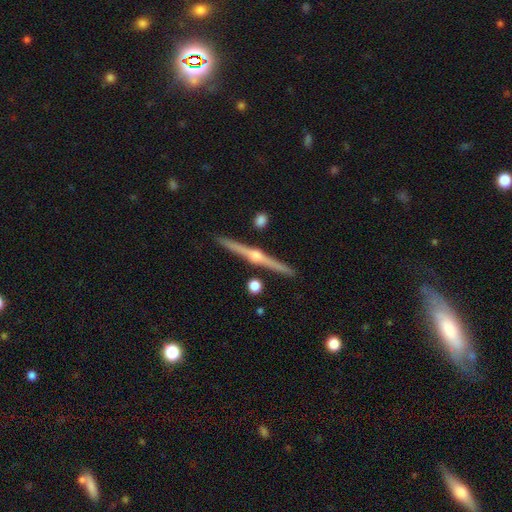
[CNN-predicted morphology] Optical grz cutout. It shows a featured or disk galaxy (86%) viewed edge-on (99%) with a rounded central bulge (92%). Merging: none (92%).